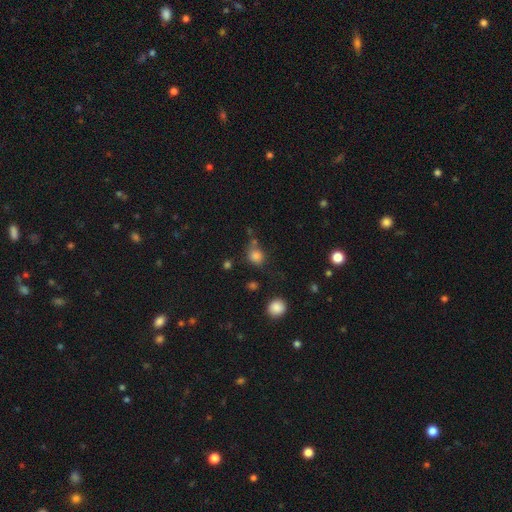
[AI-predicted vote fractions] A smooth galaxy with no disk features (81%) that is round (79%). Merging: none (63%).